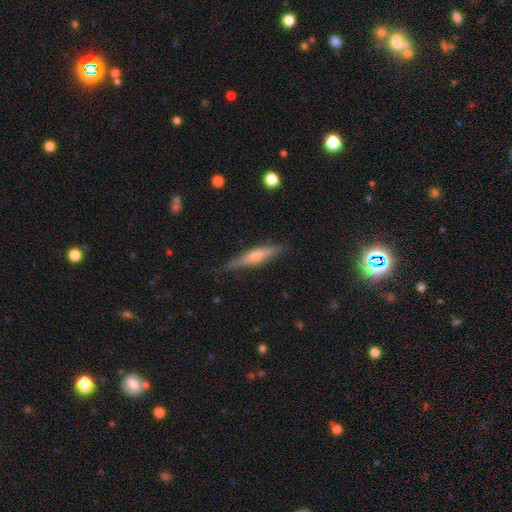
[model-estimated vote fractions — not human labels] Overall: featured or disk (63%; smooth 31%). Edge-on disk: yes (95%). Edge-on bulge: rounded (84%). Merging: none (81%).